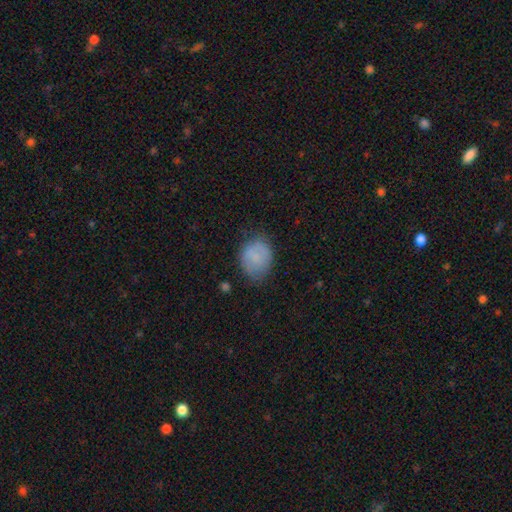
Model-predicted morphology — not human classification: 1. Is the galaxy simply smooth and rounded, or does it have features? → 78% smooth, 14% featured or disk, 8% star or artifact.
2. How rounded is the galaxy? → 51% in between, 48% round, 1% cigar-shaped.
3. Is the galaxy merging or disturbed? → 65% none, 26% minor disturbance, 8% major disturbance, 2% merger.